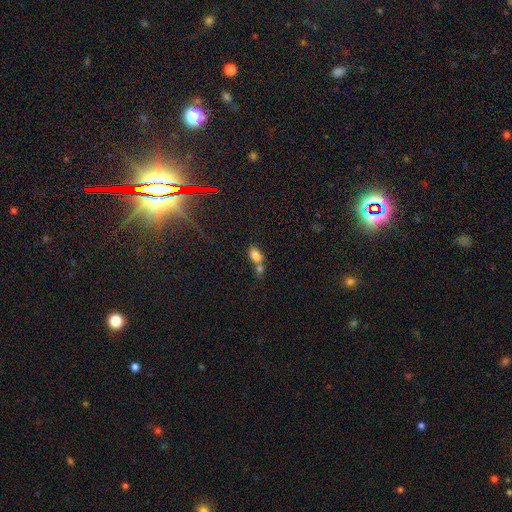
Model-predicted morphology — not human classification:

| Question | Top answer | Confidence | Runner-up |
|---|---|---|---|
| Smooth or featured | smooth | 79% | star or artifact (11%) |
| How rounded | in between | 86% | round (11%) |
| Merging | merger | 53% | none (32%) |